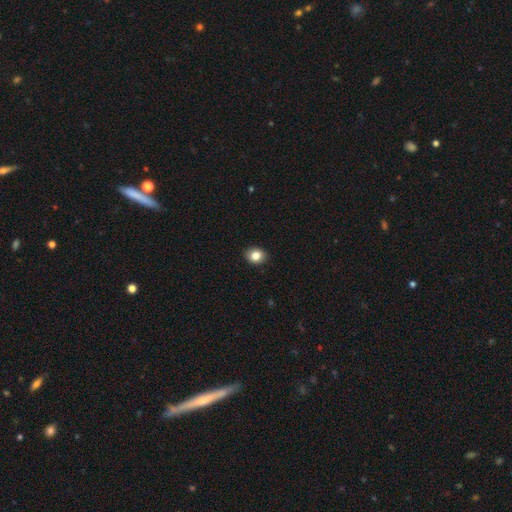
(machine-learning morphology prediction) The model was most divided on "how rounded": round: 52%, in between: 47%, cigar-shaped: 1%. More confident: merging — none (90%); smooth or featured — smooth (83%).